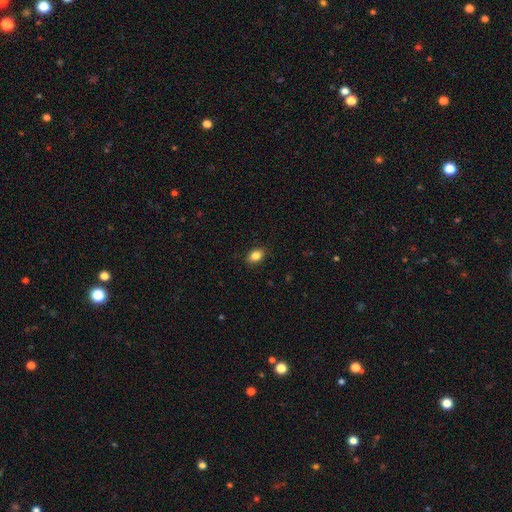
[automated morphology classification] Overall: smooth (85%). How rounded: in between (79%). Merging: none (88%).